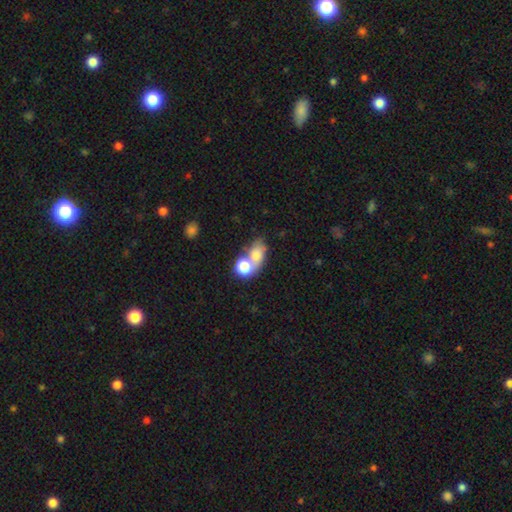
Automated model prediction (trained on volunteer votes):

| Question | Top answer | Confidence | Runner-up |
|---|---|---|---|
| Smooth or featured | smooth | 68% | featured or disk (19%) |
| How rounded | in between | 60% | round (37%) |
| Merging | merger | 53% | none (28%) |